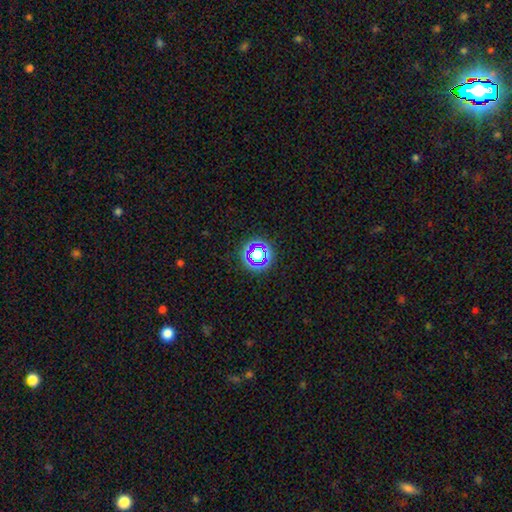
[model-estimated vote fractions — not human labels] smooth_or_featured: star or artifact (p=0.48) [alt: smooth p=0.37]